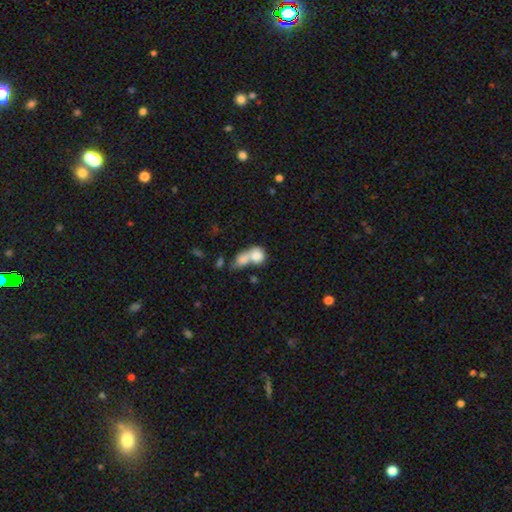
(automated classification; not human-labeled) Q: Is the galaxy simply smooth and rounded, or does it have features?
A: smooth — 79%.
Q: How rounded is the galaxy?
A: round — 54%.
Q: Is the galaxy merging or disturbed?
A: merger — 73%.